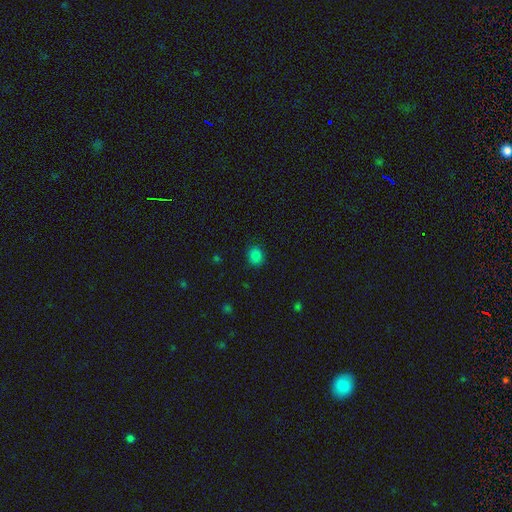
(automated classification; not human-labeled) This appears to be a smooth galaxy with no disk features (83%) that is round (70%). Merging: none (86%).